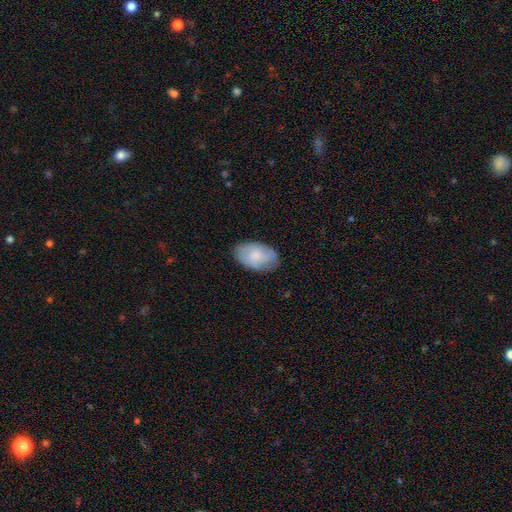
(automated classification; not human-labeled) smooth 66%, featured or disk 28%, star or artifact 6%. Down the decision tree: how rounded — in between (94%); merging — none (79%).